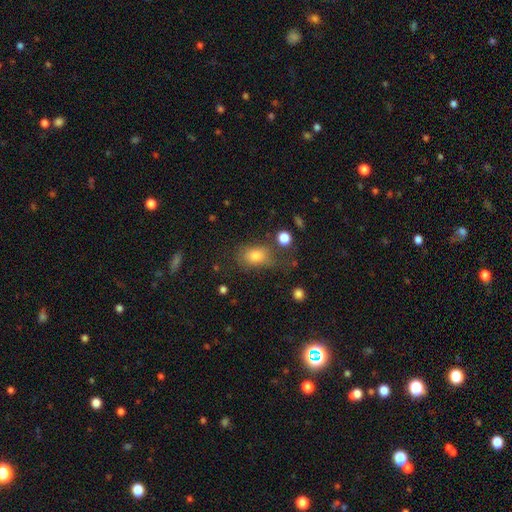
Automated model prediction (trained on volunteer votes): Smooth or featured?
  - smooth: 78% *
  - star or artifact: 12%
  - featured or disk: 10%
How rounded?
  - in between: 72% *
  - round: 26%
  - cigar-shaped: 2%
Merging?
  - none: 54% *
  - minor disturbance: 25%
  - major disturbance: 14%
  - merger: 6%